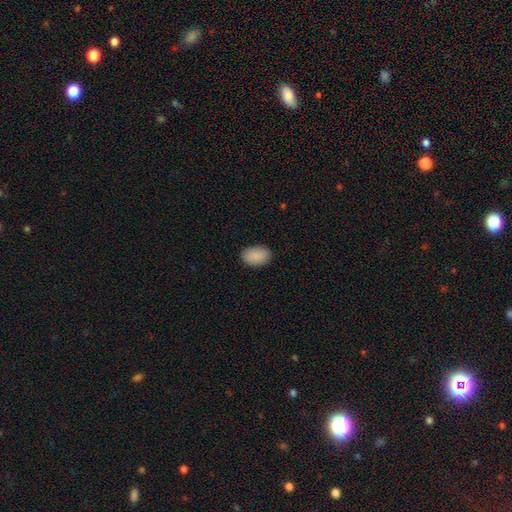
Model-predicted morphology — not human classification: This appears to be a smooth galaxy with no disk features (90%) that is in between round and cigar-shaped (90%). Merging: none (88%).